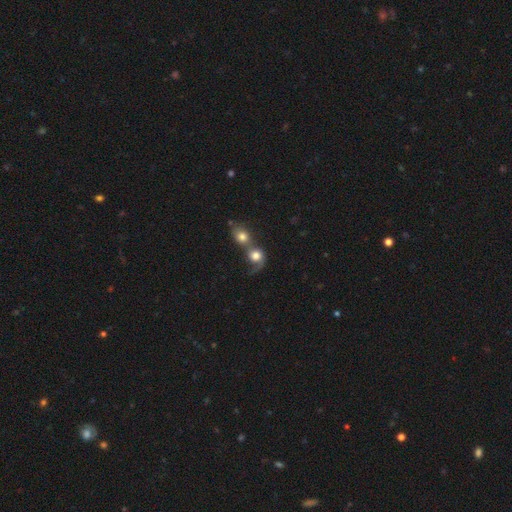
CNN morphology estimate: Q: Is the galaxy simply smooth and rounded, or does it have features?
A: smooth — 65%.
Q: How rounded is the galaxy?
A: round — 74%.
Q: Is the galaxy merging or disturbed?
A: merger — 70%.